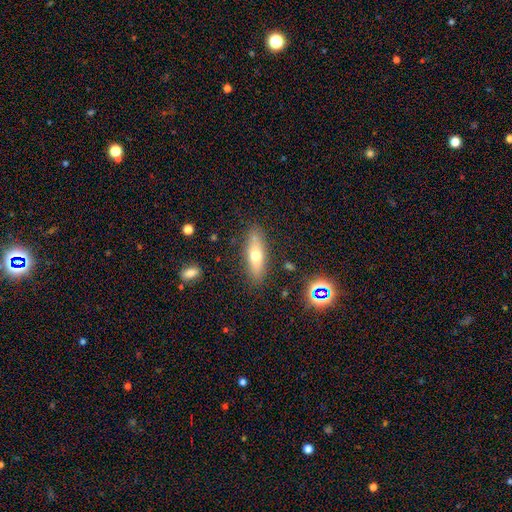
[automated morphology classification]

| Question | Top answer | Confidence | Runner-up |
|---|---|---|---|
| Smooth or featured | smooth | 62% | featured or disk (29%) |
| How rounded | in between | 55% | cigar-shaped (42%) |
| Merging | none | 82% | minor disturbance (12%) |